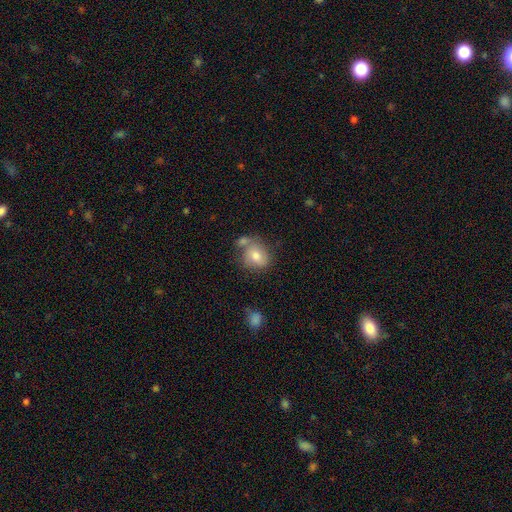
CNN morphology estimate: A smooth galaxy with no disk features (71%) that is round (58%).

Vote fractions:
- Smooth or featured? smooth: 71% / featured or disk: 19% / star or artifact: 10%
- How rounded? round: 58% / in between: 41% / cigar-shaped: 1%
- Merging? none: 54% / merger: 21% / minor disturbance: 19% / major disturbance: 6%